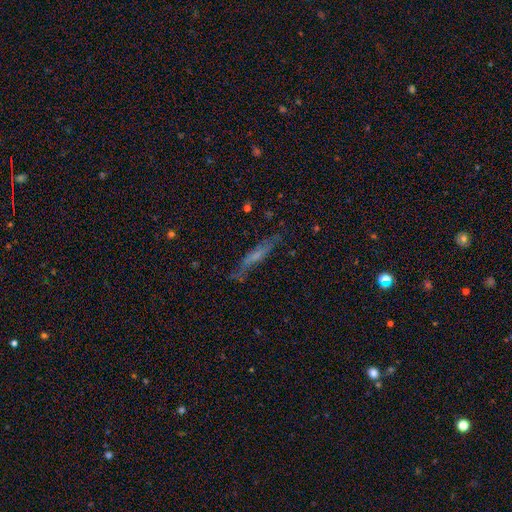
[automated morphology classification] smooth_or_featured: featured or disk (p=0.46) [alt: smooth p=0.43]
merging: none (p=0.66) [alt: minor disturbance p=0.22]